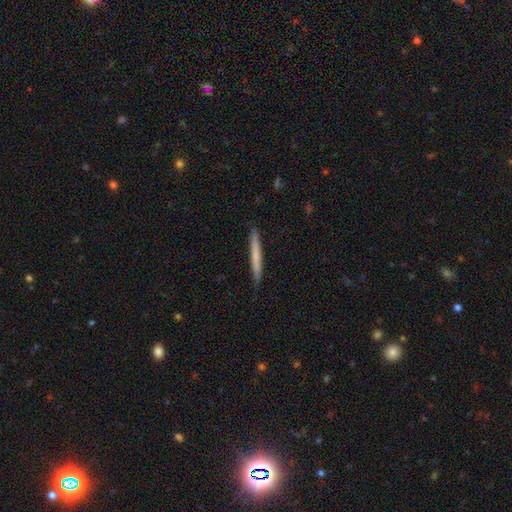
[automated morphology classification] This is likely a smooth galaxy (62%). How rounded: clearly cigar-shaped (97%). Merging: clearly none (90%).